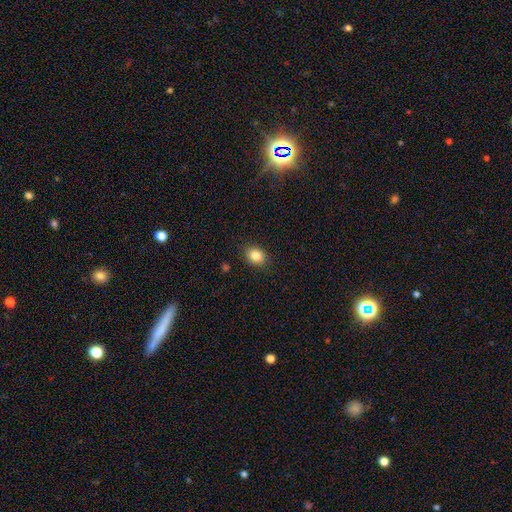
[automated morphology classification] Smooth or featured? Predicted: smooth (p=0.85). How rounded? Predicted: in between (p=0.63). Merging? Predicted: none (p=0.87).